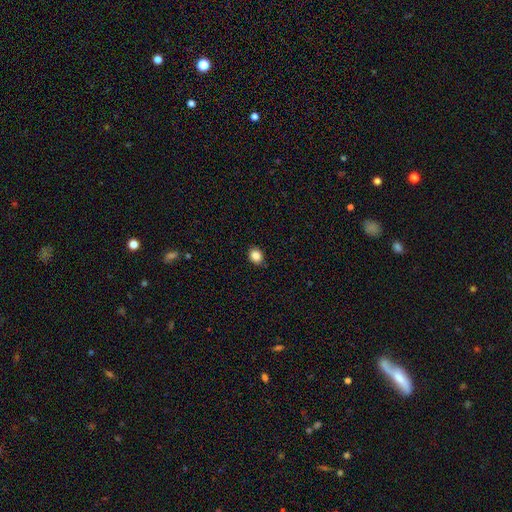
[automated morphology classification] This is clearly a smooth galaxy (85%). How rounded: likely round (64%). Merging: clearly none (87%).